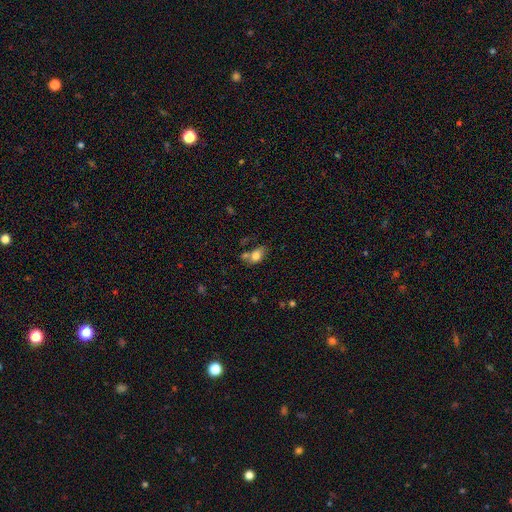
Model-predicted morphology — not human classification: smooth_or_featured: smooth (p=0.76) [alt: featured or disk p=0.15]
how_rounded: in between (p=0.83) [alt: round p=0.15]
merging: none (p=0.41) [alt: merger p=0.28]